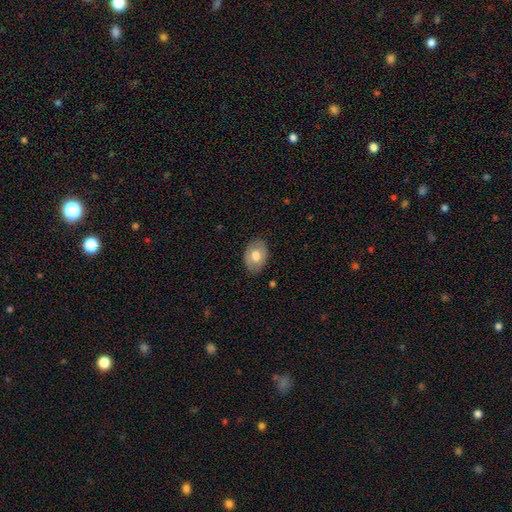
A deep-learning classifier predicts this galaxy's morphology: Smooth or featured?
  - smooth: 66% *
  - featured or disk: 28%
  - star or artifact: 6%
How rounded?
  - in between: 80% *
  - round: 19%
  - cigar-shaped: 1%
Merging?
  - none: 82% *
  - minor disturbance: 14%
  - major disturbance: 3%
  - merger: 1%